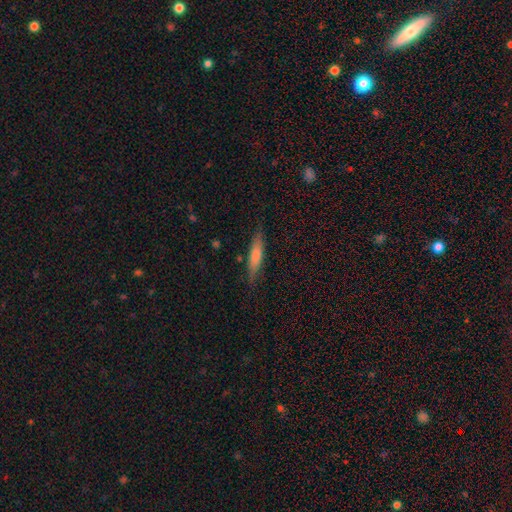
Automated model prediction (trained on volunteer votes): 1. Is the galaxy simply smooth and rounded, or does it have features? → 69% smooth, 25% featured or disk, 6% star or artifact.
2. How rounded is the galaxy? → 83% cigar-shaped, 15% in between, 2% round.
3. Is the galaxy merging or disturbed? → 81% none, 14% minor disturbance, 3% major disturbance, 2% merger.